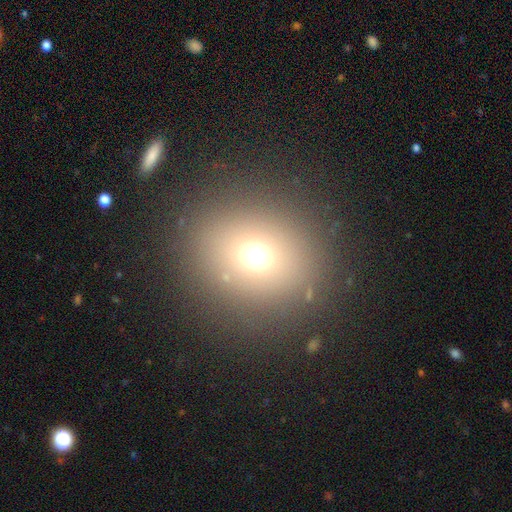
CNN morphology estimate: smooth_or_featured: smooth (p=0.68) [alt: star or artifact p=0.20]
how_rounded: round (p=0.76) [alt: in between p=0.23]
merging: none (p=0.86) [alt: minor disturbance p=0.07]